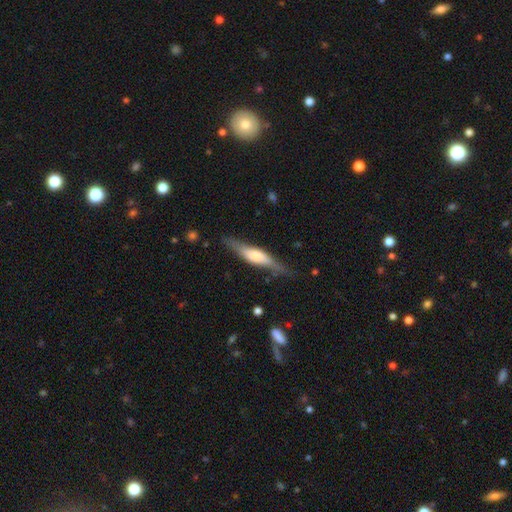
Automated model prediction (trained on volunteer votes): This is possibly a featured or disk galaxy (52%). It is clearly viewed edge-on (86%). Merging: likely none (73%).